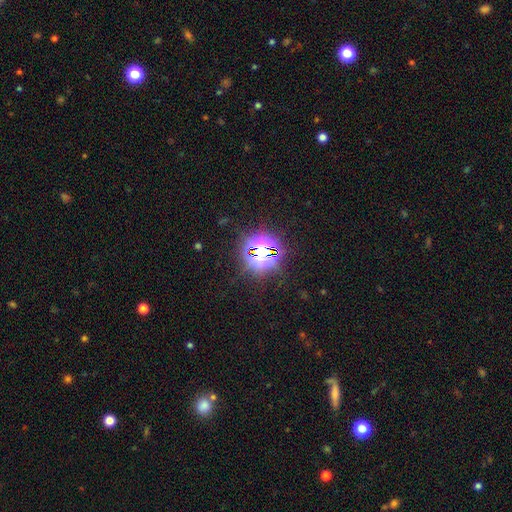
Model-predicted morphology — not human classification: type=star or artifact (77%).